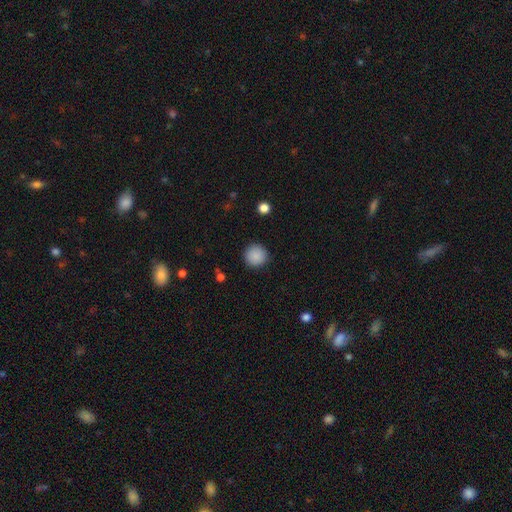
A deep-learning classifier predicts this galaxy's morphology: smooth 88%, star or artifact 8%, featured or disk 3%. Down the decision tree: how rounded — round (95%); merging — none (91%).